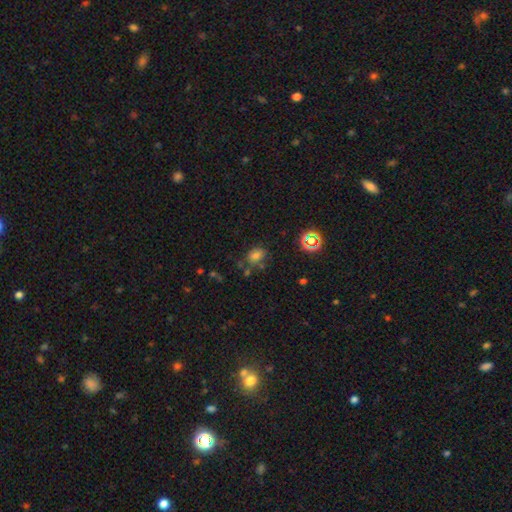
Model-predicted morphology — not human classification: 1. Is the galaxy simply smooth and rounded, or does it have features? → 69% smooth, 20% star or artifact, 11% featured or disk.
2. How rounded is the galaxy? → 56% in between, 43% round, 1% cigar-shaped.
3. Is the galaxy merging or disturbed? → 65% none, 18% minor disturbance, 11% merger, 6% major disturbance.